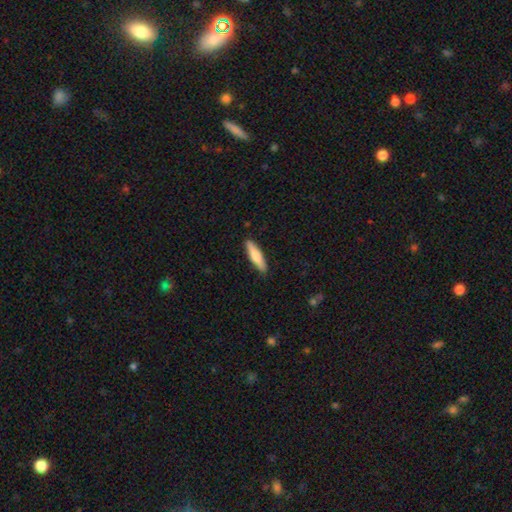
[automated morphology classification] Smooth or featured? smooth (71%)
How rounded? cigar-shaped (75%)
Merging? none (88%)